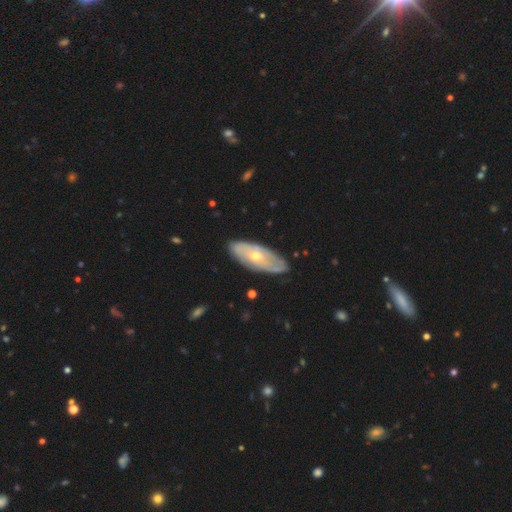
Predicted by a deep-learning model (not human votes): This appears to be a featured or disk galaxy (62%) with no bar (83%), spiral arms (57%) and a small central bulge (49%). Merging: none (82%).